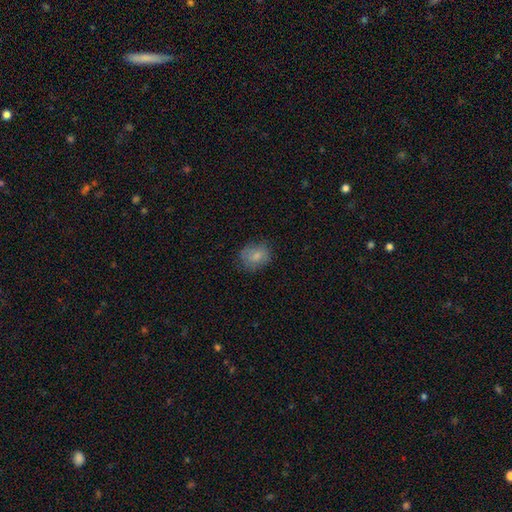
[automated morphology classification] smooth_or_featured: smooth (p=0.79) [alt: featured or disk p=0.12]
how_rounded: round (p=0.59) [alt: in between p=0.40]
merging: none (p=0.75) [alt: minor disturbance p=0.19]